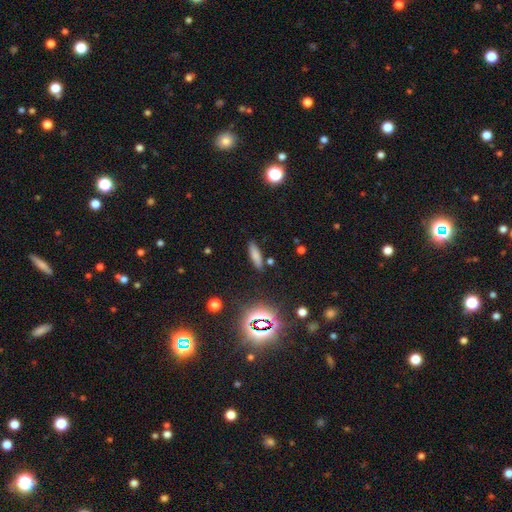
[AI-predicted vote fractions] This appears to be a smooth galaxy with no disk features (75%) that is cigar-shaped (60%). Merging: none (84%).